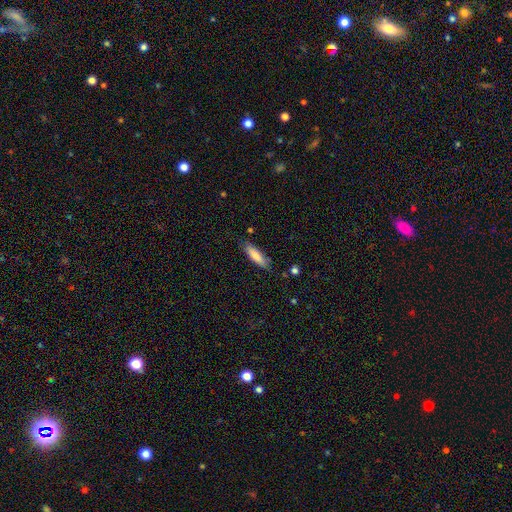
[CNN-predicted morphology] Smooth or featured?
  - smooth: 81% *
  - featured or disk: 13%
  - star or artifact: 6%
How rounded?
  - cigar-shaped: 62% *
  - in between: 37%
  - round: 1%
Merging?
  - none: 81% *
  - minor disturbance: 15%
  - major disturbance: 3%
  - merger: 2%